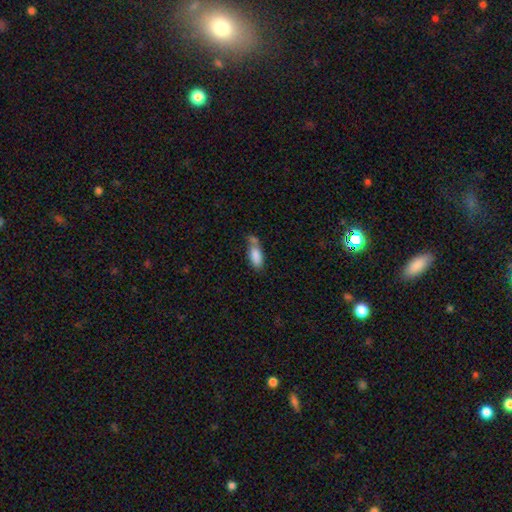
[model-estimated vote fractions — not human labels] This is clearly a smooth galaxy (83%). How rounded: clearly in between (84%). Merging: marginally none (36%).